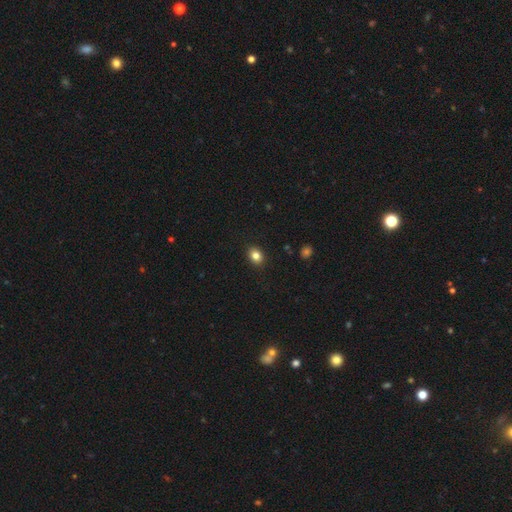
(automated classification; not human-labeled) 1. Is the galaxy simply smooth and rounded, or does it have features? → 83% smooth, 11% star or artifact, 6% featured or disk.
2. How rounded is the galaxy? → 51% in between, 48% round, 1% cigar-shaped.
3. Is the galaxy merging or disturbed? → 90% none, 7% minor disturbance, 2% major disturbance, 1% merger.